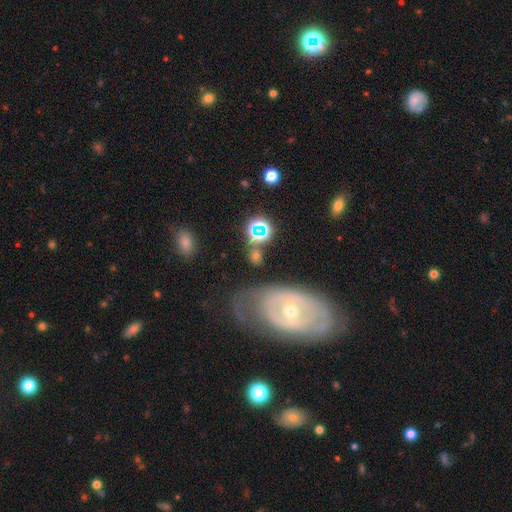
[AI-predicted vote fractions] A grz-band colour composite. It shows a smooth galaxy with no disk features (53%) that is round (52%). Merging: none (60%).